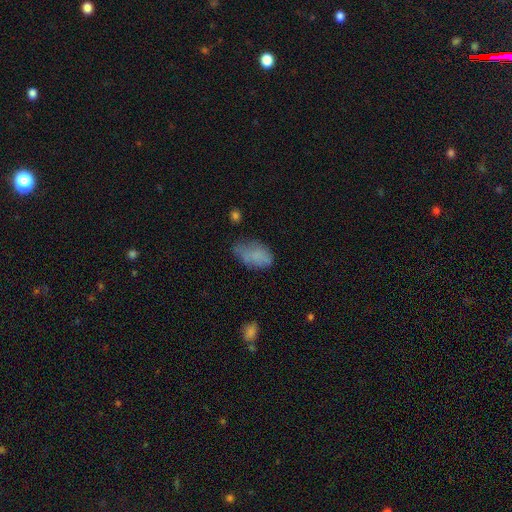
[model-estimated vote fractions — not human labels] This is likely a smooth galaxy (73%). How rounded: clearly in between (92%). Merging: marginally none (43%).